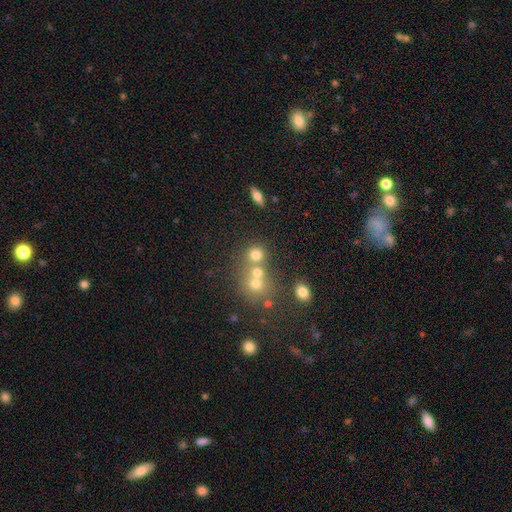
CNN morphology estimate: type=smooth (65%); roundness=round (79%); merging=merger (46%).